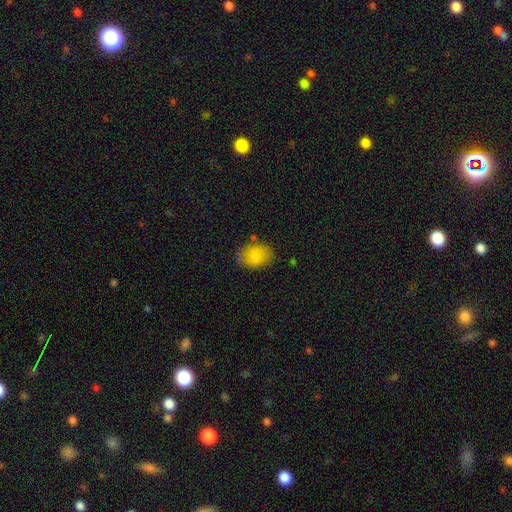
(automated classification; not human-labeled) Smooth or featured? smooth (80%)
How rounded? in between (69%)
Merging? none (73%)